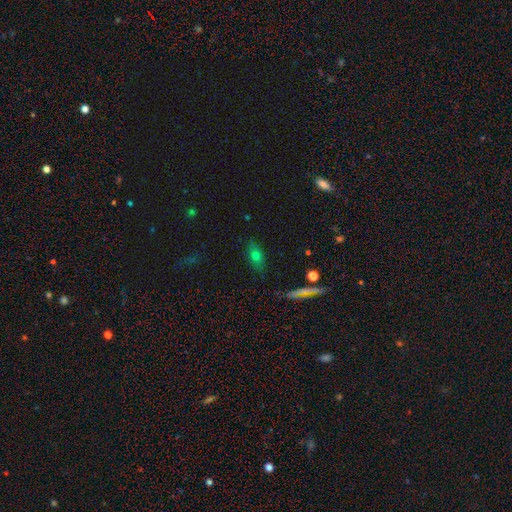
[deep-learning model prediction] A smooth galaxy with no disk features (64%) that is in between round and cigar-shaped (73%). Merging: none (81%).